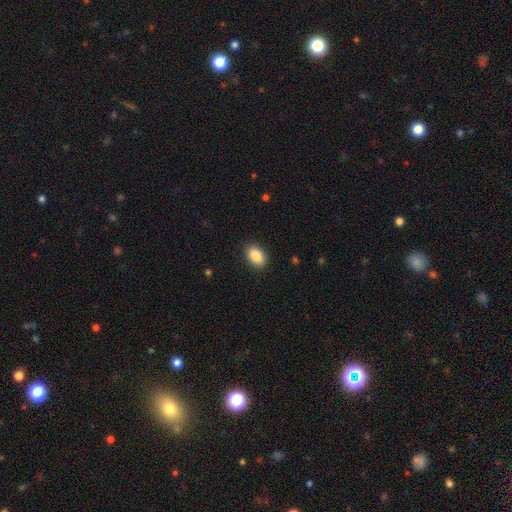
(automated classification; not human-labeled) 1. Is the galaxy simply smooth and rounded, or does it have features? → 88% smooth, 7% star or artifact, 5% featured or disk.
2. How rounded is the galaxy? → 88% in between, 10% round, 1% cigar-shaped.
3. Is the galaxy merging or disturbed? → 88% none, 8% minor disturbance, 2% major disturbance, 1% merger.